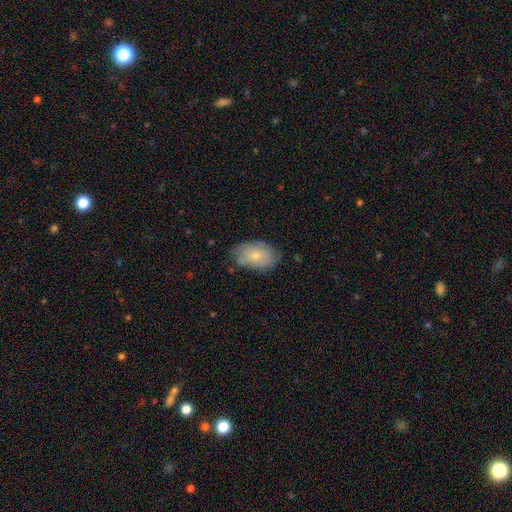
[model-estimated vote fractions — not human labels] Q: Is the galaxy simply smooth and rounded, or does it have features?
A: smooth — 69%.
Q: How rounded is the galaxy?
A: in between — 87%.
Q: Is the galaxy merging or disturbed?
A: none — 62%.